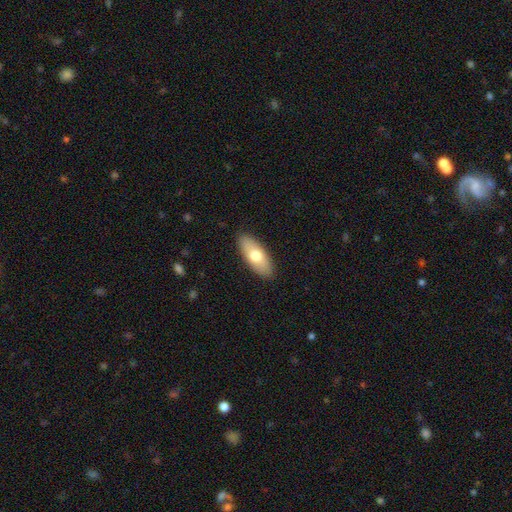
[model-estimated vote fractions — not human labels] Smooth or featured? smooth (70%)
How rounded? in between (79%)
Merging? none (89%)